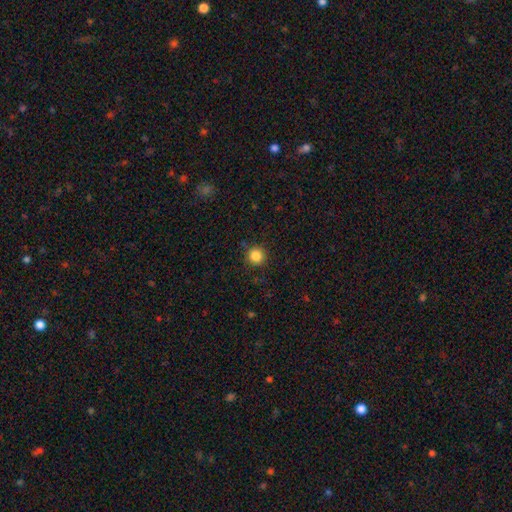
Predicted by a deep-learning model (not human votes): This appears to be a smooth galaxy with no disk features (85%) that is round (94%). Merging: none (89%).